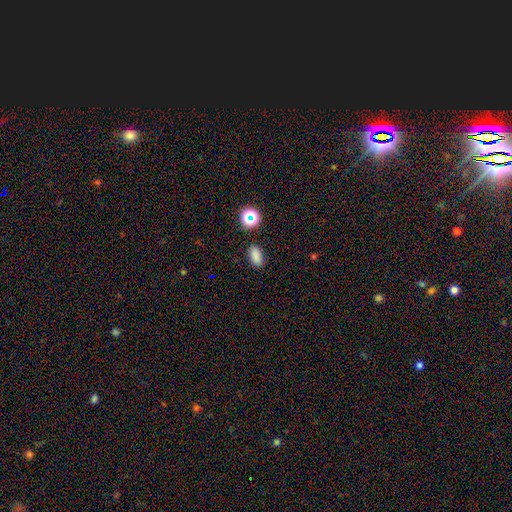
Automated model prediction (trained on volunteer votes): Smooth or featured: smooth — 80% (star or artifact — 15%)
How rounded: in between — 87% (round — 9%)
Merging: none — 85% (minor disturbance — 10%)